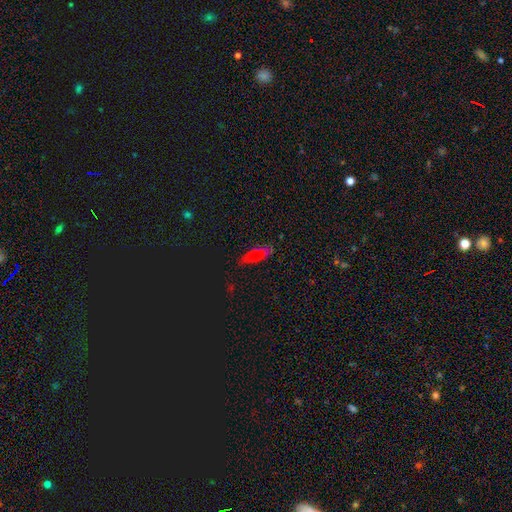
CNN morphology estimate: smooth 52%, featured or disk 27%, star or artifact 21%. Down the decision tree: how rounded — in between (66%); merging — none (72%).